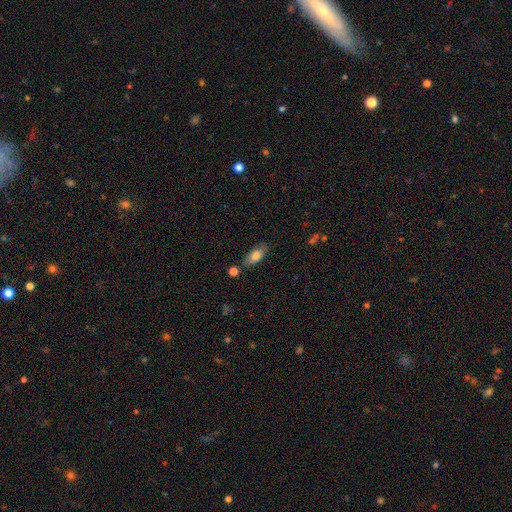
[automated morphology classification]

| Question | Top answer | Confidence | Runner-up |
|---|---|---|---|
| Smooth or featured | smooth | 80% | featured or disk (13%) |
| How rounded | in between | 84% | cigar-shaped (12%) |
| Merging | none | 74% | minor disturbance (16%) |